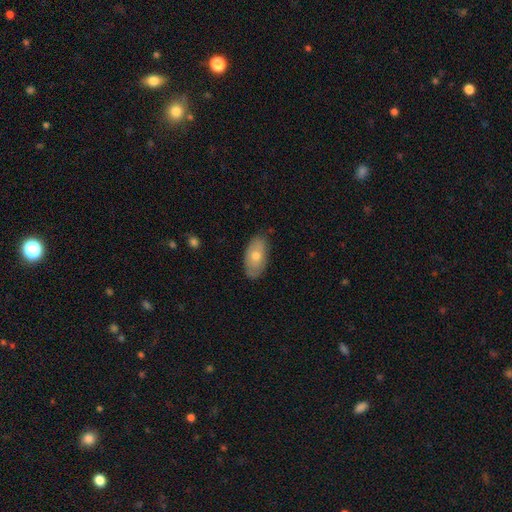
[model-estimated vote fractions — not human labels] Smooth or featured? smooth (59%)
How rounded? in between (93%)
Merging? none (82%)